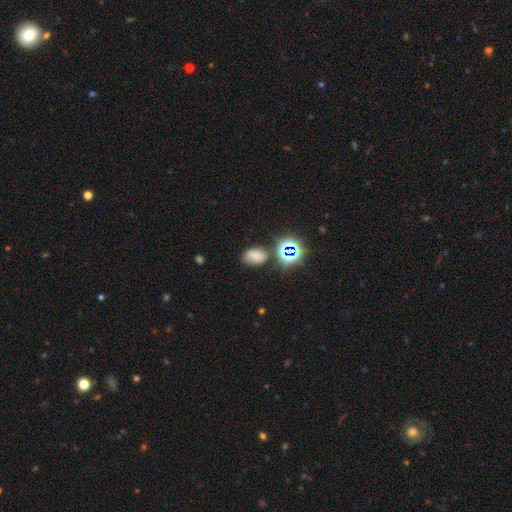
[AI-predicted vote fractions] Smooth or featured? Predicted: smooth (p=0.65). How rounded? Predicted: in between (p=0.75). Merging? Predicted: none (p=0.70).